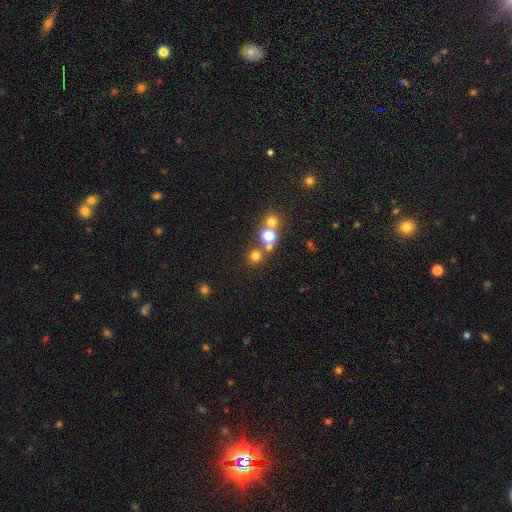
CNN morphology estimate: smooth-or-featured: smooth: 69% | star or artifact: 24% | featured or disk: 7%
  how-rounded: round: 93% | in between: 6% | cigar-shaped: 1%
  merging: none: 74% | merger: 16% | minor disturbance: 7% | major disturbance: 3%